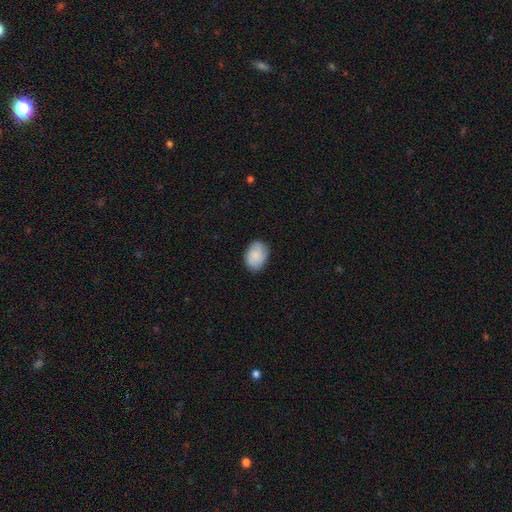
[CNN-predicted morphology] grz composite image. It shows a smooth galaxy with no disk features (83%) that is in between round and cigar-shaped (78%). Merging: none (80%).